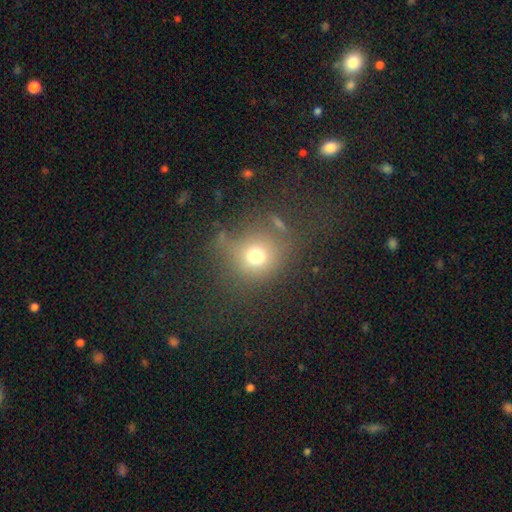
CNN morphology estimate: Smooth or featured? Predicted: smooth (p=0.70). How rounded? Predicted: round (p=0.84). Merging? Predicted: none (p=0.64).